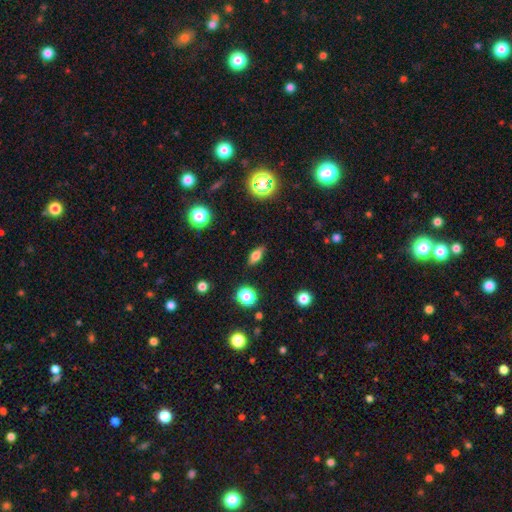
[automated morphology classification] A smooth galaxy with no disk features (75%) that is in between round and cigar-shaped (76%). Merging: none (85%).